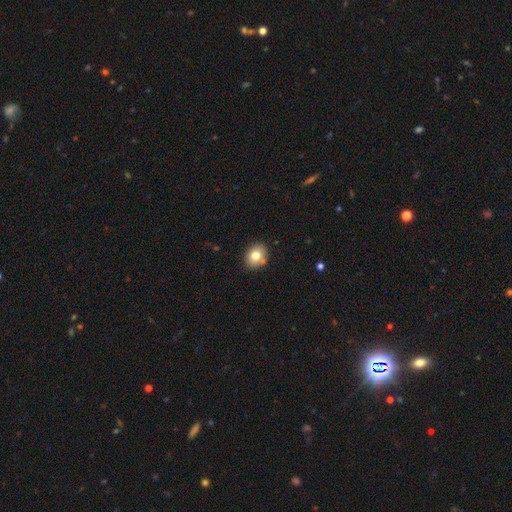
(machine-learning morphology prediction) The model was most divided on "how rounded": round: 50%, in between: 49%, cigar-shaped: 1%. More confident: merging — none (80%); smooth or featured — smooth (78%).